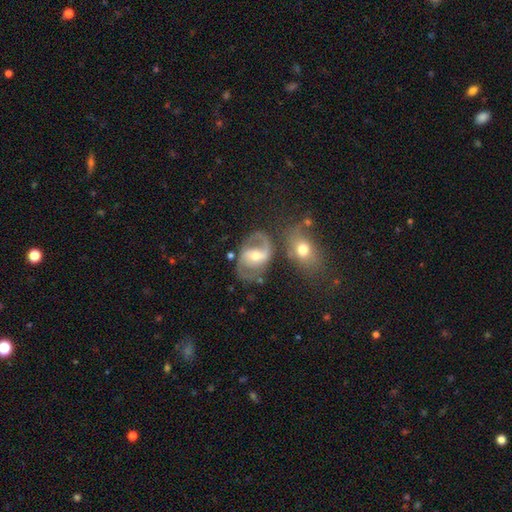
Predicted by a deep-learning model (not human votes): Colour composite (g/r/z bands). It shows a featured or disk galaxy (80%) with a weak bar (46%), 2 (88%) medium (54%) spiral arms (91%) and a moderate central bulge (62%). Merging: none (57%).